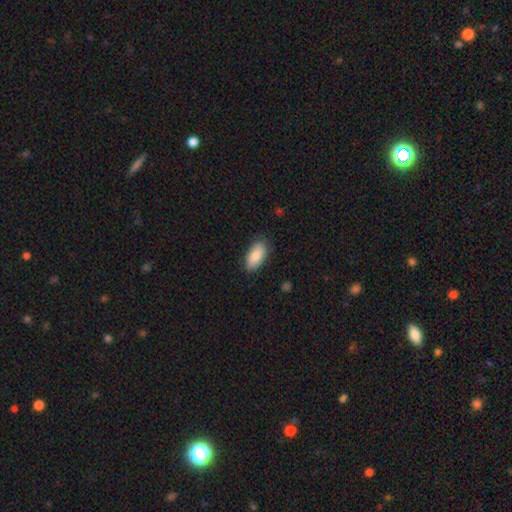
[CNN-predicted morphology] A smooth galaxy with no disk features (85%) that is in between round and cigar-shaped (92%).

Vote fractions:
- Smooth or featured? smooth: 85% / featured or disk: 9% / star or artifact: 6%
- How rounded? in between: 92% / cigar-shaped: 5% / round: 3%
- Merging? none: 80% / minor disturbance: 16% / major disturbance: 3% / merger: 1%